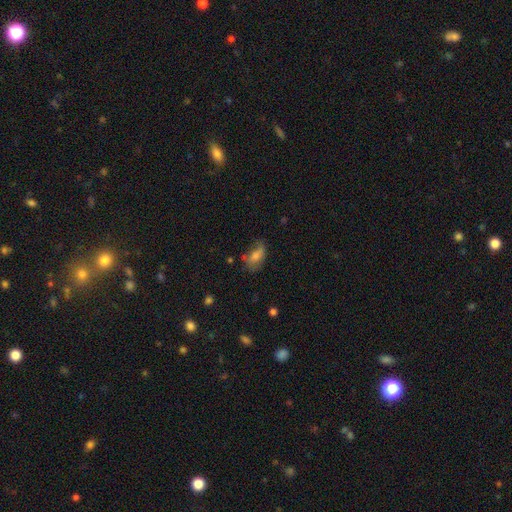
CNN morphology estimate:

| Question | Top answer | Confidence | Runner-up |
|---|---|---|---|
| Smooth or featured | smooth | 61% | featured or disk (28%) |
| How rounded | in between | 86% | round (9%) |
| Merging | none | 47% | minor disturbance (32%) |